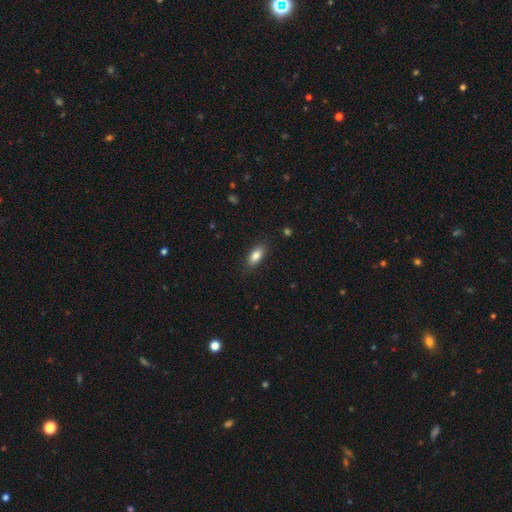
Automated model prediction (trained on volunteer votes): Overall: smooth (85%). How rounded: in between (85%). Merging: none (85%).